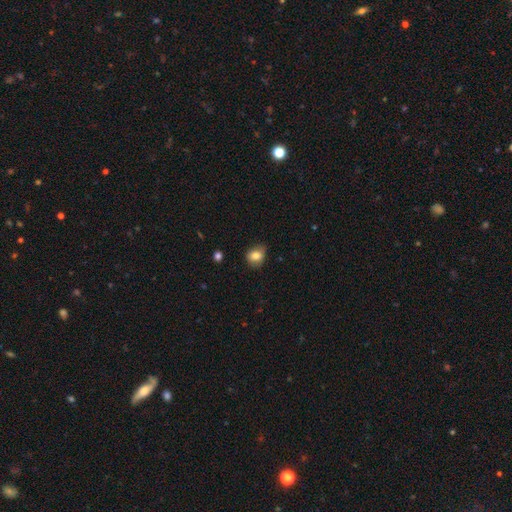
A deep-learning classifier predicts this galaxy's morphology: smooth-or-featured: smooth: 80% | featured or disk: 11% | star or artifact: 9%
  how-rounded: round: 52% | in between: 47% | cigar-shaped: 1%
  merging: none: 67% | minor disturbance: 26% | major disturbance: 5% | merger: 1%